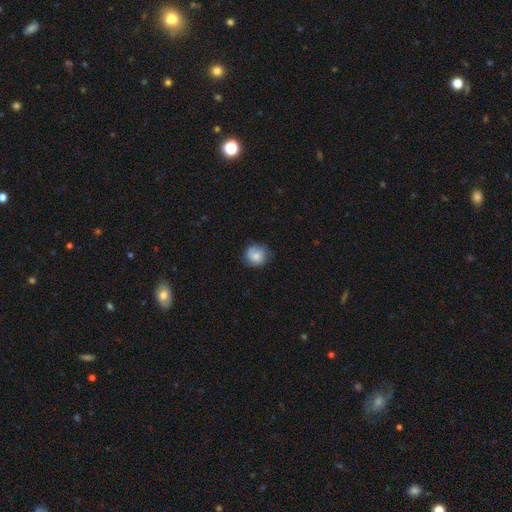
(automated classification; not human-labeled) Morphology: type=smooth (73%); roundness=round (81%); merging=none (71%).